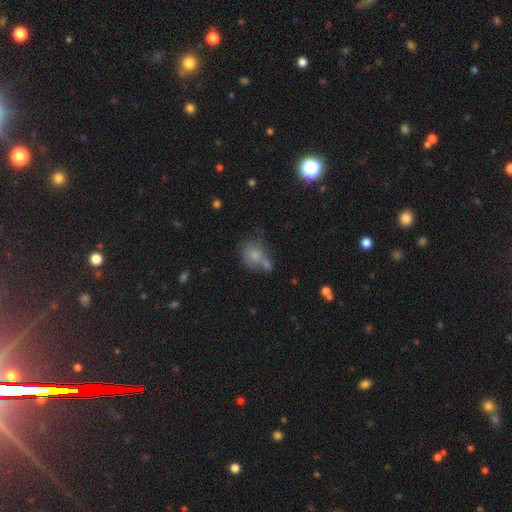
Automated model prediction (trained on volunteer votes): A smooth galaxy with no disk features (69%) that is round (54%). Merging: none (39%).